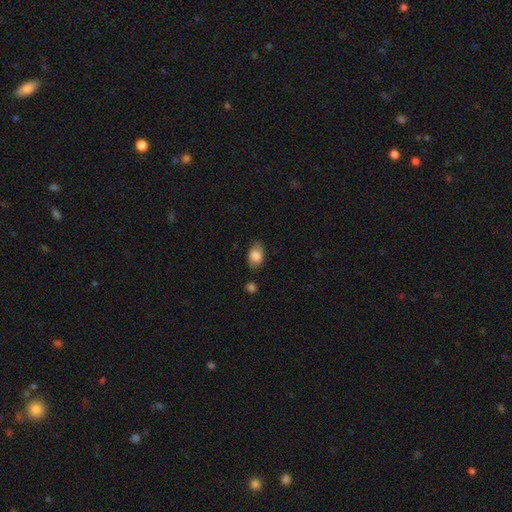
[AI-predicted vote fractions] Overall: smooth (79%). How rounded: in between (90%). Merging: none (74%).